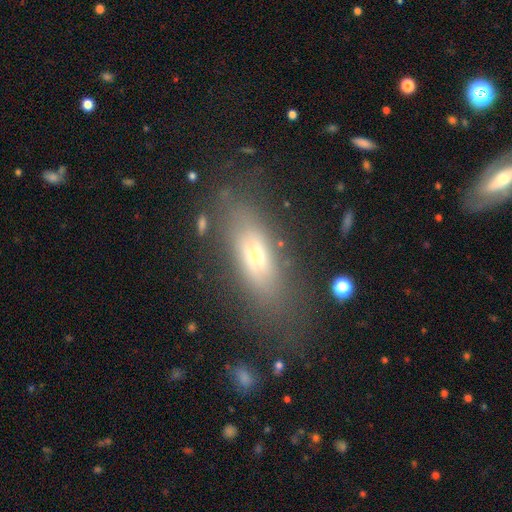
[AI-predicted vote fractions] smooth_or_featured: smooth (p=0.56) [alt: featured or disk p=0.32]
how_rounded: in between (p=0.62) [alt: cigar-shaped p=0.34]
merging: none (p=0.75) [alt: minor disturbance p=0.15]